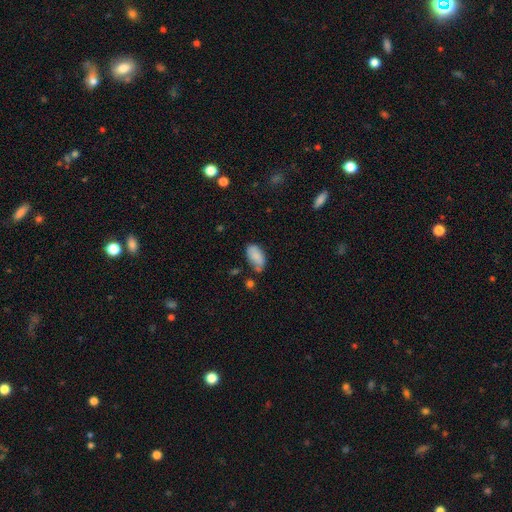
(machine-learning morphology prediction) smooth-or-featured: smooth: 81% | featured or disk: 12% | star or artifact: 7%
  how-rounded: in between: 94% | round: 4% | cigar-shaped: 2%
  merging: none: 59% | minor disturbance: 26% | merger: 9% | major disturbance: 6%